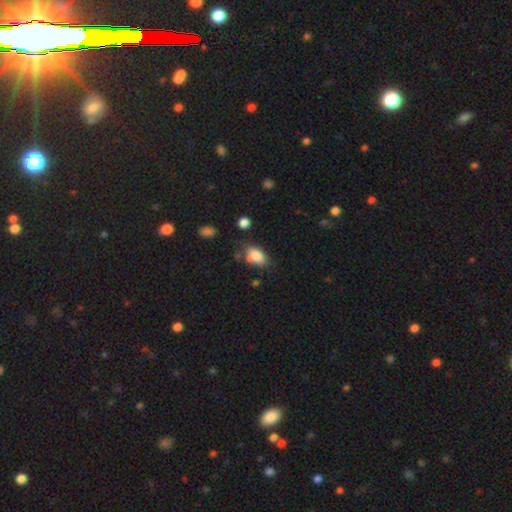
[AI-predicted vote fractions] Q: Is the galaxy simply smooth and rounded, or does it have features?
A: smooth — 80%.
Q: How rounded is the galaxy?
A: in between — 89%.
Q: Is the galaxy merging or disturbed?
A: none — 52%.